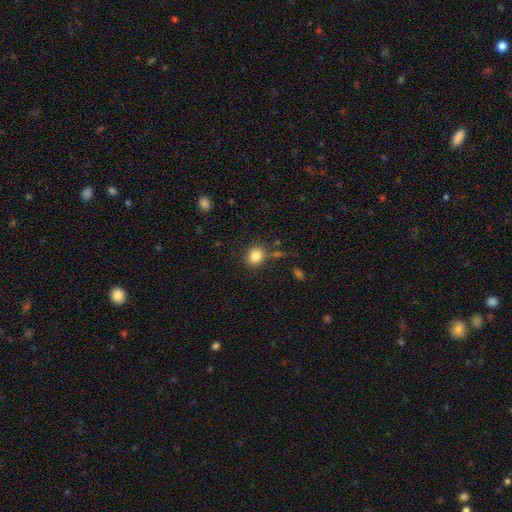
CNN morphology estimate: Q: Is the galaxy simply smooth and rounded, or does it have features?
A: smooth — 84%.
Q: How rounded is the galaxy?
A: round — 72%.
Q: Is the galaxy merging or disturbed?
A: none — 79%.